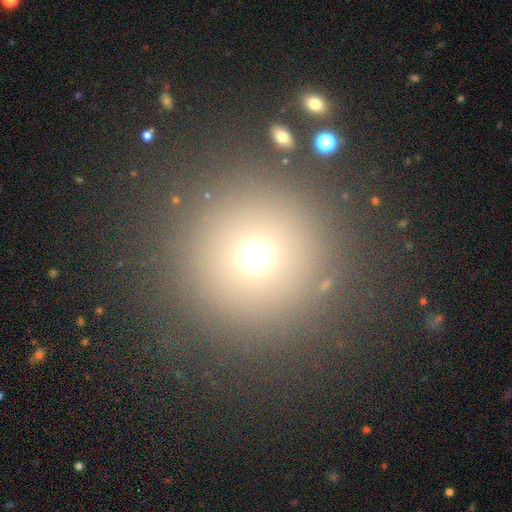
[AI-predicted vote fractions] Smooth or featured: smooth — 67% (star or artifact — 24%)
How rounded: round — 96% (in between — 3%)
Merging: none — 87% (minor disturbance — 6%)